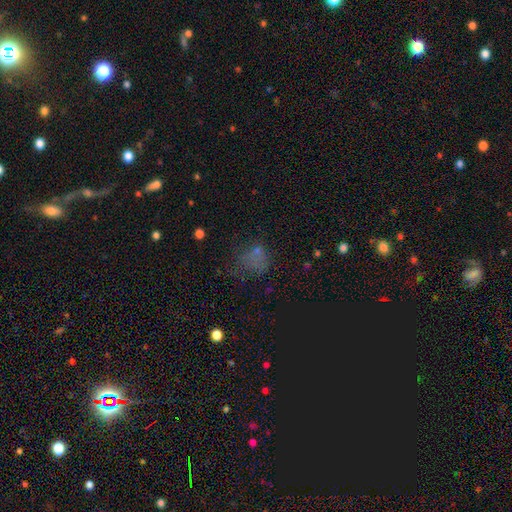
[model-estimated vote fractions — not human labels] smooth-or-featured: smooth: 55% | star or artifact: 25% | featured or disk: 20%
  how-rounded: round: 53% | in between: 45% | cigar-shaped: 2%
  merging: none: 36% | major disturbance: 35% | minor disturbance: 21% | merger: 8%